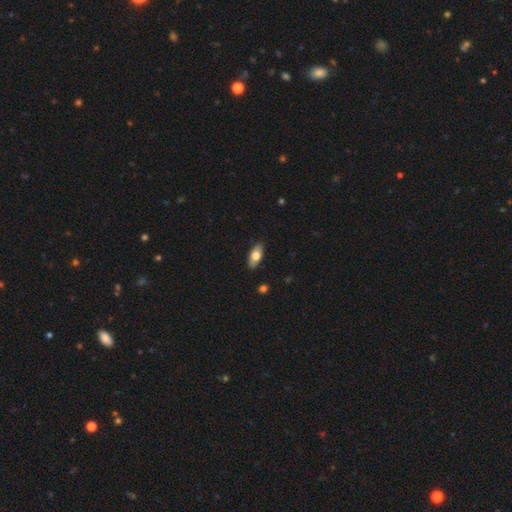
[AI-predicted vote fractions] smooth_or_featured: smooth (p=0.71) [alt: featured or disk p=0.24]
how_rounded: in between (p=0.86) [alt: cigar-shaped p=0.11]
merging: none (p=0.87) [alt: minor disturbance p=0.10]